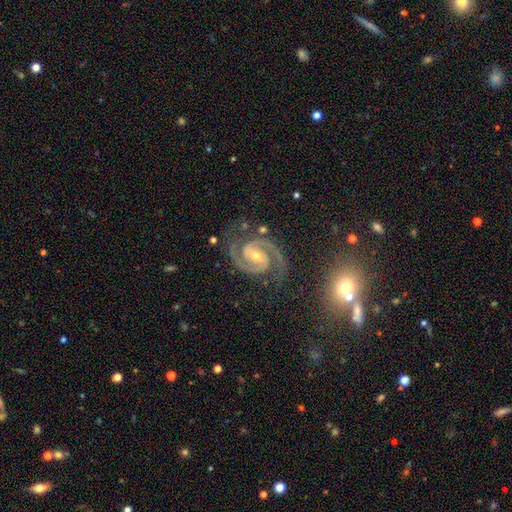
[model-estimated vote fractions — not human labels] smooth-or-featured: featured or disk: 93% | star or artifact: 5% | smooth: 2%
  disk-edge-on: no: 98% | yes: 2%
    bar: weak: 37% | no: 35% | strong: 28%
    has-spiral-arms: yes: 99% | no: 1%
      spiral-winding: medium: 49% | tight: 46% | loose: 5%
      spiral-arm-count: 2: 94% | 3: 2% | can't tell: 1% | 1: 1% | 4: 1% | more than 4: 1%
    bulge-size: small: 57% | moderate: 39% | none: 1% | large: 1% | dominant: 1%
  merging: none: 82% | minor disturbance: 12% | major disturbance: 4% | merger: 2%